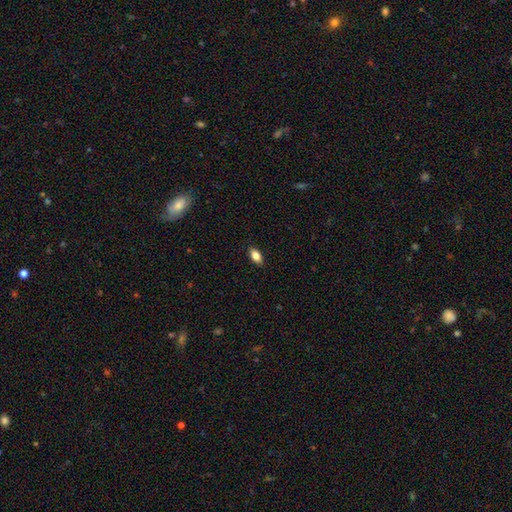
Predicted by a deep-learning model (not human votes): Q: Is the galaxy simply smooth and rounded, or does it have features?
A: smooth — 84%.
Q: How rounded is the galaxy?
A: in between — 89%.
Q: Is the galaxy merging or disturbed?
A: none — 88%.